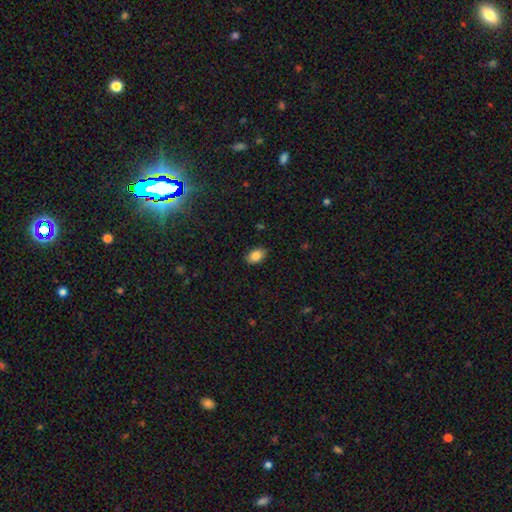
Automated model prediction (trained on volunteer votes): The model was most divided on "merging": none: 86%, minor disturbance: 10%, major disturbance: 2%, merger: 1%. More confident: how rounded — in between (88%); smooth or featured — smooth (86%).